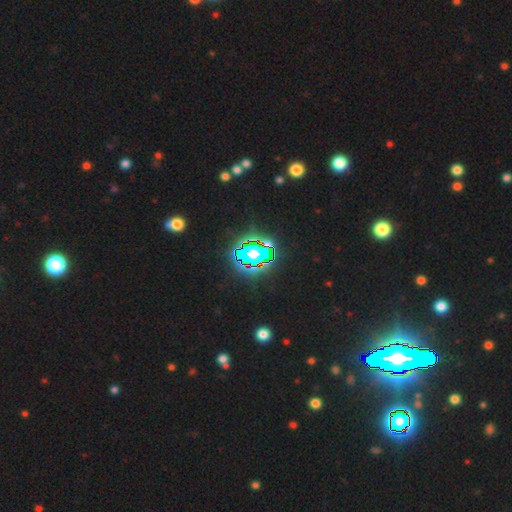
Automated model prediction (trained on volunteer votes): Morphology: type=star or artifact (81%).